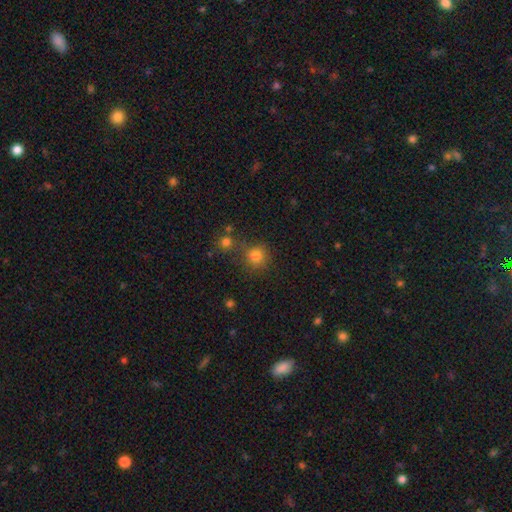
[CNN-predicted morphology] Smooth or featured? smooth (79%)
How rounded? round (91%)
Merging? none (70%)